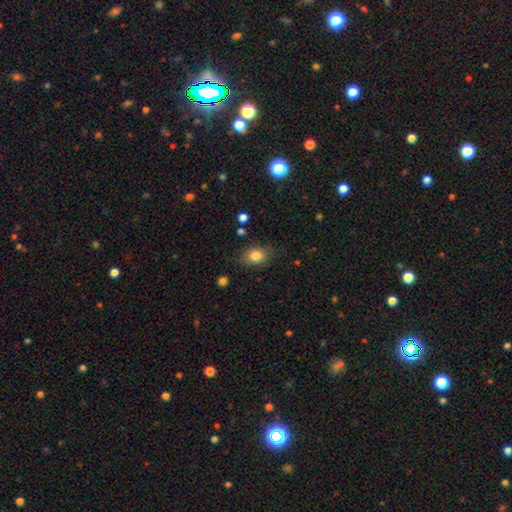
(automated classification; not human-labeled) Overall: smooth (82%). How rounded: in between (64%; round 35%). Merging: none (77%).